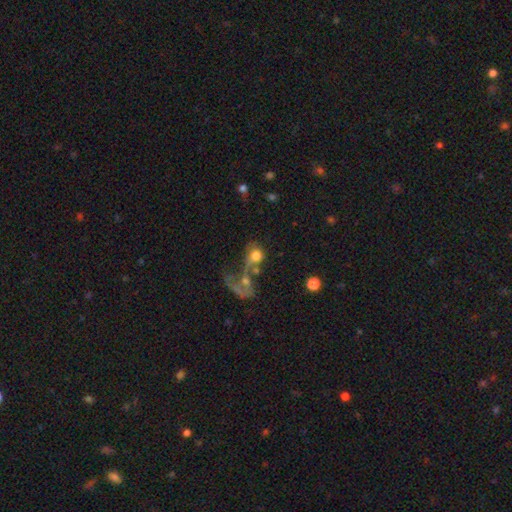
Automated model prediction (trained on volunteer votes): The model was most divided on "how rounded": round: 58%, in between: 40%, cigar-shaped: 2%. More confident: smooth or featured — smooth (55%); merging — merger (52%).